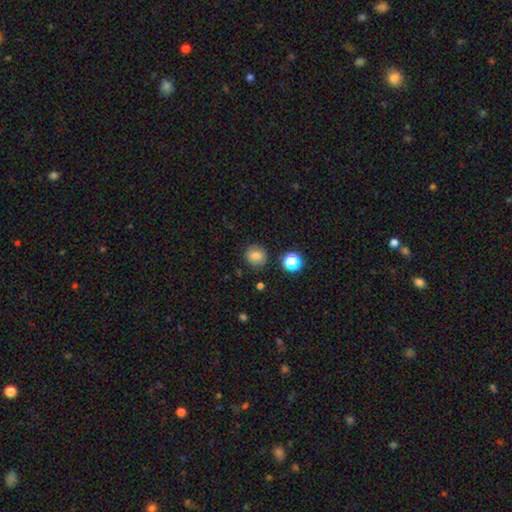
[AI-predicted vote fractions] Smooth or featured? Predicted: smooth (p=0.80). How rounded? Predicted: round (p=0.85). Merging? Predicted: none (p=0.85).